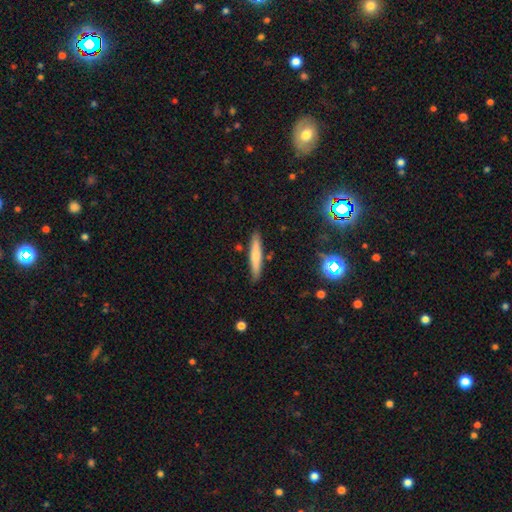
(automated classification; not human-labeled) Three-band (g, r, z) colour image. It shows a smooth galaxy with no disk features (66%) that is cigar-shaped (91%). Merging: none (86%).